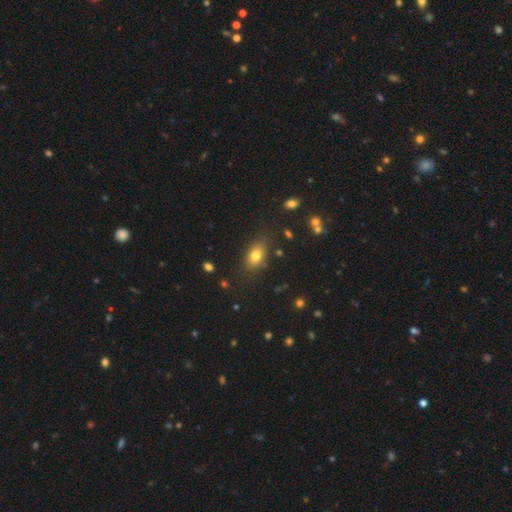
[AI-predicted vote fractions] Overall: smooth (77%). How rounded: in between (81%). Merging: none (79%).